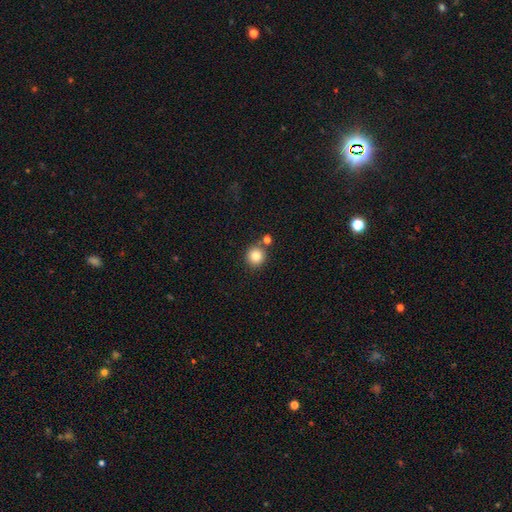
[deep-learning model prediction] Overall: smooth (84%). How rounded: round (92%). Merging: none (77%).